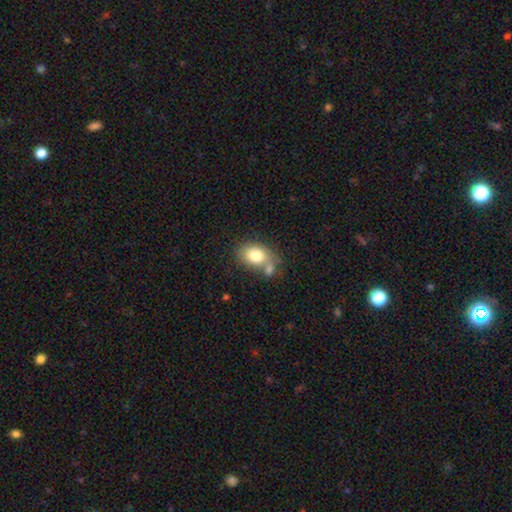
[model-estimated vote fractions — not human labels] Smooth or featured: smooth — 79% (featured or disk — 13%)
How rounded: in between — 71% (round — 28%)
Merging: none — 48% (merger — 30%)